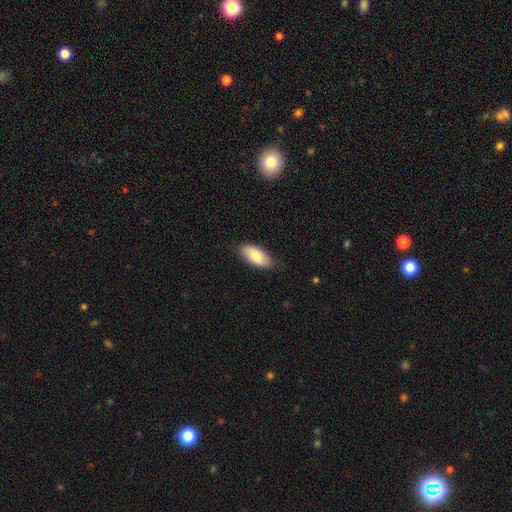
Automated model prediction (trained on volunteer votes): smooth 84%, featured or disk 11%, star or artifact 6%. Down the decision tree: how rounded — in between (91%); merging — none (80%).